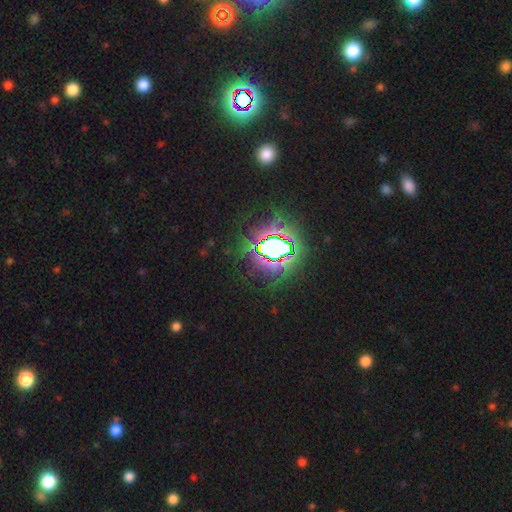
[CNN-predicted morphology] smooth_or_featured: star or artifact (p=0.83) [alt: smooth p=0.10]